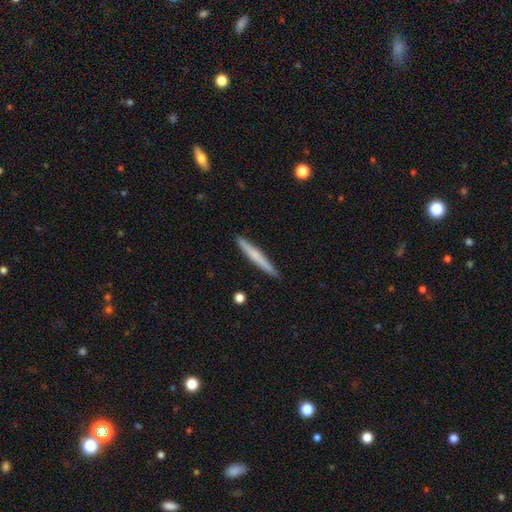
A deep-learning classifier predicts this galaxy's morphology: Smooth or featured?
  - smooth: 53% *
  - featured or disk: 41%
  - star or artifact: 6%
How rounded?
  - cigar-shaped: 96% *
  - in between: 2%
  - round: 1%
Merging?
  - none: 91% *
  - minor disturbance: 6%
  - major disturbance: 1%
  - merger: 1%